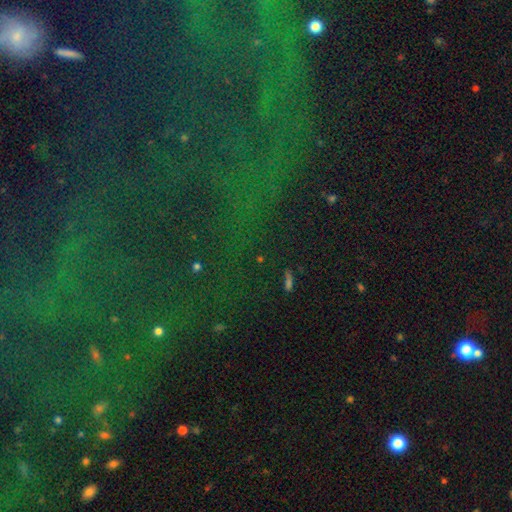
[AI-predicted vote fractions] Smooth or featured? star or artifact (75%)